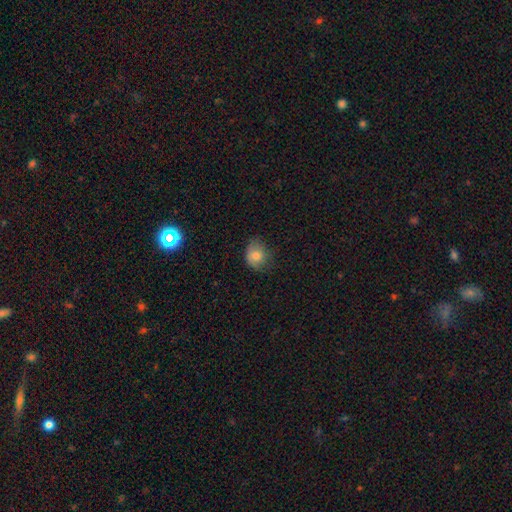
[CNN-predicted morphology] Overall: smooth (78%). How rounded: round (60%; in between 39%). Merging: none (58%; minor disturbance 31%).